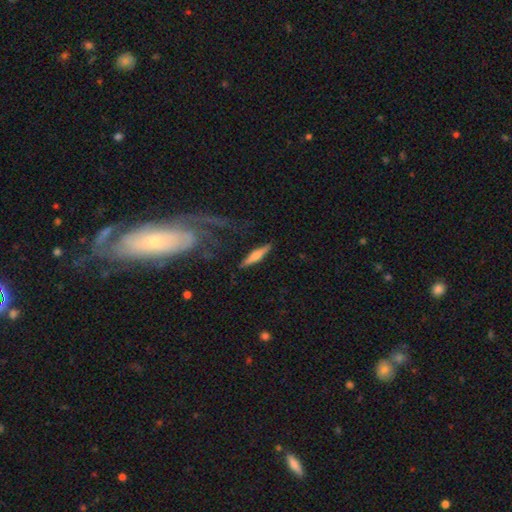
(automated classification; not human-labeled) Overall: smooth (48%; featured or disk 46%). Merging: none (85%).